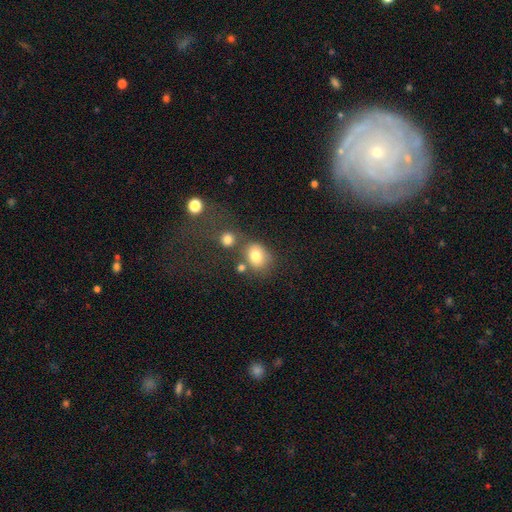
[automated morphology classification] smooth_or_featured: smooth (p=0.79) [alt: star or artifact p=0.11]
how_rounded: round (p=0.55) [alt: in between p=0.44]
merging: none (p=0.57) [alt: merger p=0.20]